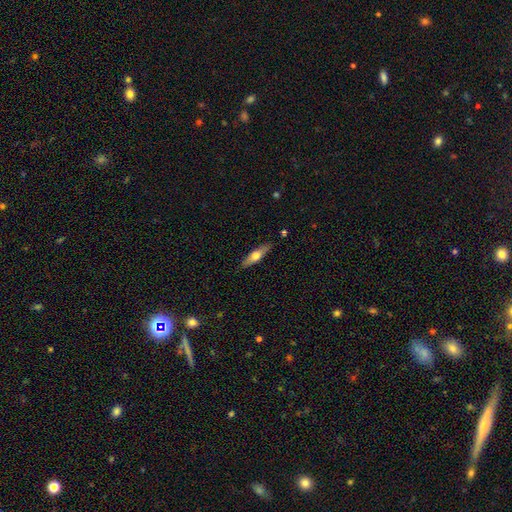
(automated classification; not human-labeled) Smooth or featured: smooth — 51% (featured or disk — 44%)
How rounded: cigar-shaped — 67% (in between — 31%)
Merging: none — 86% (minor disturbance — 11%)